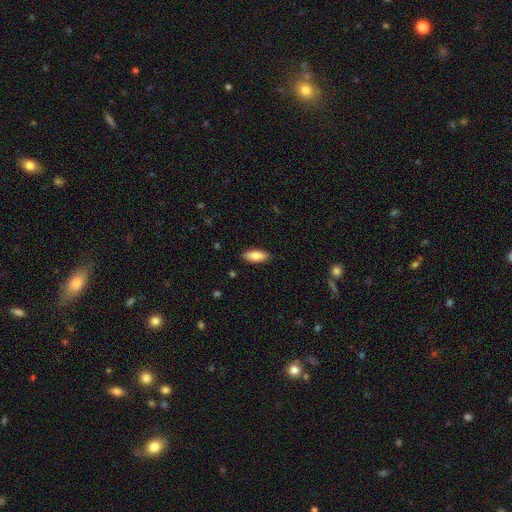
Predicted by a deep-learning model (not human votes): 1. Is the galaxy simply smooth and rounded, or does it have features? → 85% smooth, 9% featured or disk, 6% star or artifact.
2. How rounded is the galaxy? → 83% in between, 15% cigar-shaped, 2% round.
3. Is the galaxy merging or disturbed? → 88% none, 9% minor disturbance, 2% major disturbance, 1% merger.